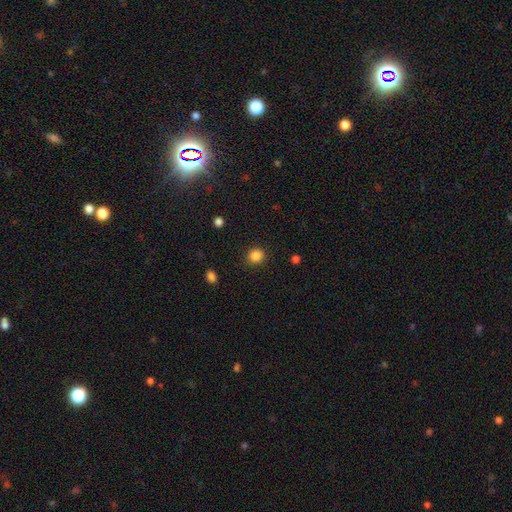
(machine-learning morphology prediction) Smooth or featured? smooth (85%)
How rounded? round (84%)
Merging? none (89%)